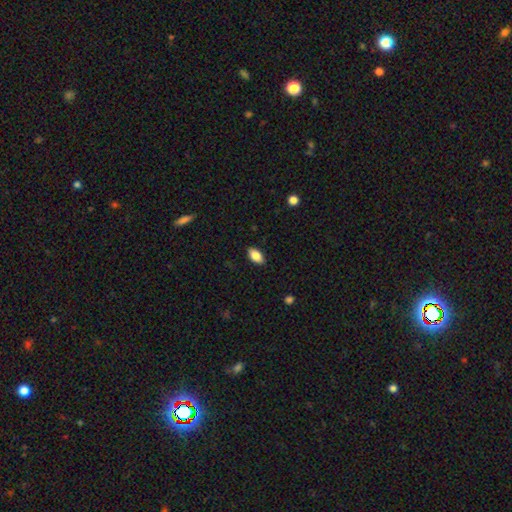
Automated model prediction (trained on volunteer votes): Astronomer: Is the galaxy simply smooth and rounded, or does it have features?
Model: smooth — 85%.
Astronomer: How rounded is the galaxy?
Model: in between — 92%.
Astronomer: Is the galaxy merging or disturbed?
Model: none — 88%.